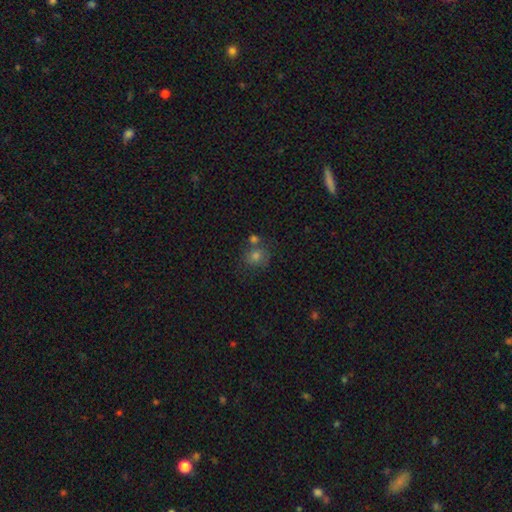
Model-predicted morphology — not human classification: This is likely a smooth galaxy (66%). How rounded: clearly round (82%). Merging: likely none (65%).